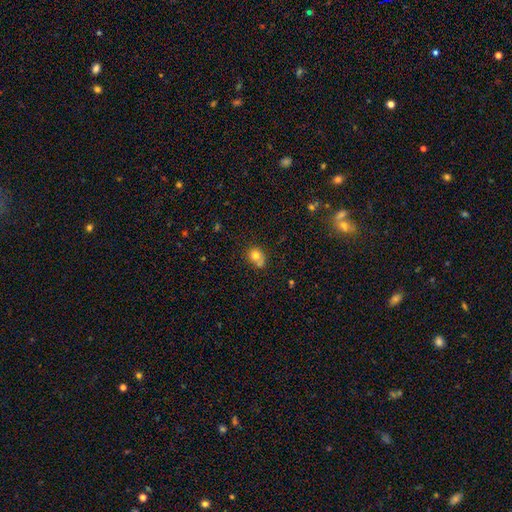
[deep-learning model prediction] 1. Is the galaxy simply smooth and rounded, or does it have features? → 75% smooth, 13% featured or disk, 11% star or artifact.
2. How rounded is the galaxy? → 69% round, 30% in between, 1% cigar-shaped.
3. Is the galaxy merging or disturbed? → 49% none, 24% merger, 20% minor disturbance, 7% major disturbance.